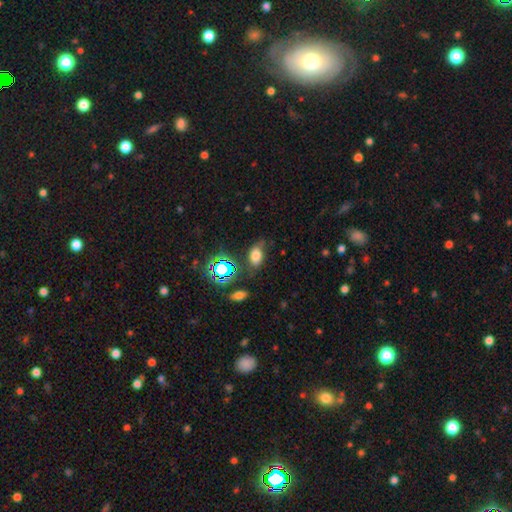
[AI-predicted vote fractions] Morphology: type=smooth (67%); roundness=in between (84%); merging=none (62%).